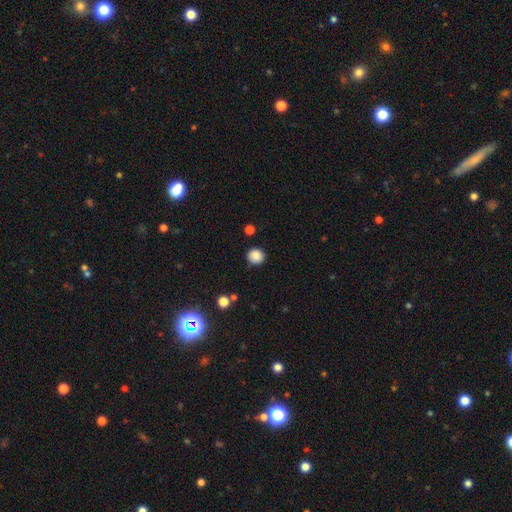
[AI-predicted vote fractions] This is clearly a smooth galaxy (86%). How rounded: clearly round (89%). Merging: clearly none (87%).